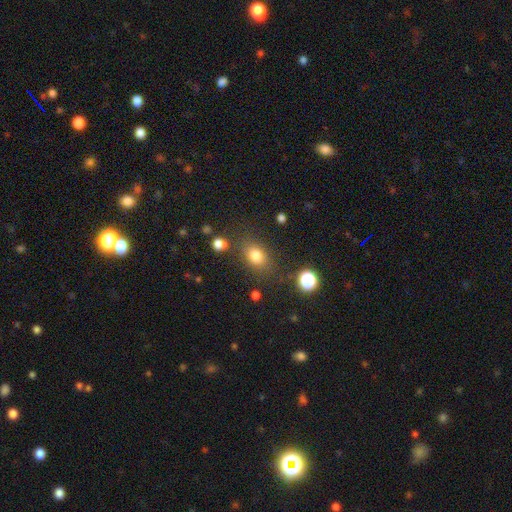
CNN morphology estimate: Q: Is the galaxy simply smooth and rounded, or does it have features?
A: smooth — 79%.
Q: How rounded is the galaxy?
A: in between — 67%.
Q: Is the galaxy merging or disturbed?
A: none — 75%.